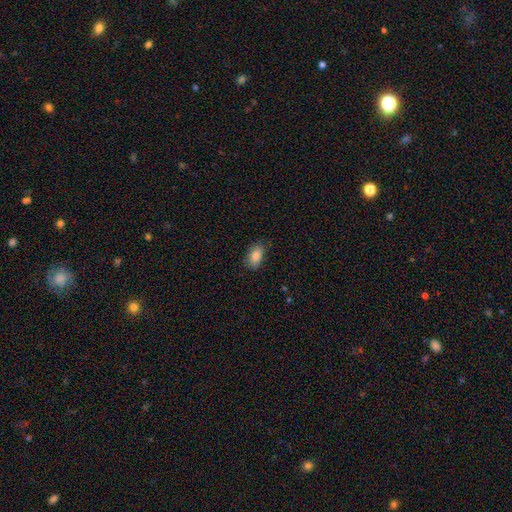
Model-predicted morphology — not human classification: Overall: smooth (85%). How rounded: in between (91%). Merging: none (81%).